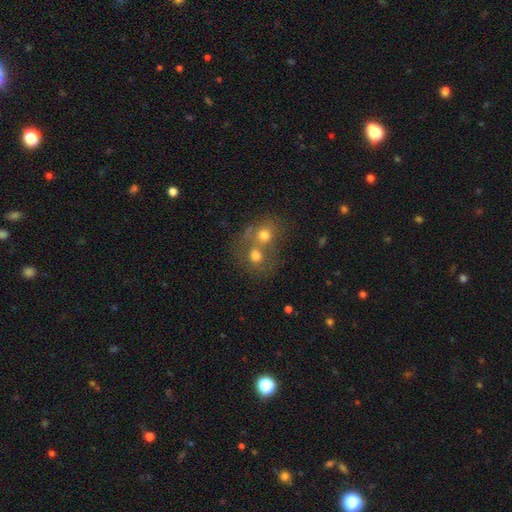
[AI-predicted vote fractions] Q: Smooth or featured?
A: smooth (65%); runner-up: featured or disk (21%)
Q: How rounded?
A: round (73%); runner-up: in between (26%)
Q: Merging?
A: merger (61%); runner-up: none (28%)